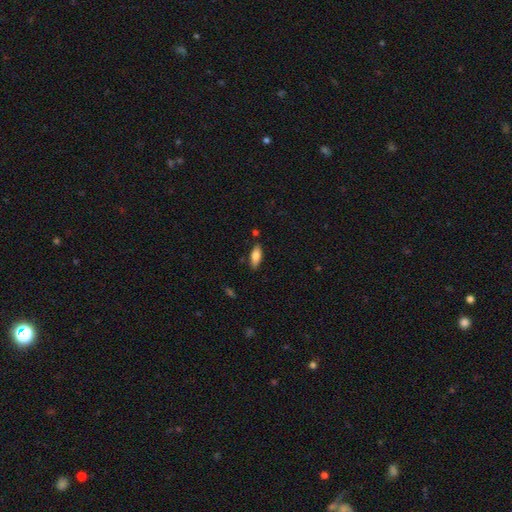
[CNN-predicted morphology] Overall: smooth (79%). How rounded: in between (78%). Merging: none (81%).